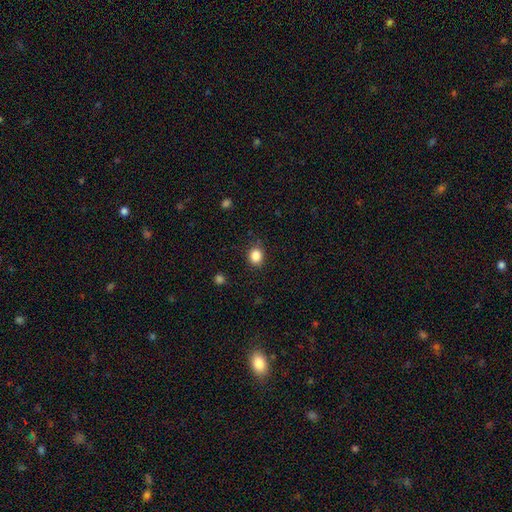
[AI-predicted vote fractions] Smooth or featured? Predicted: smooth (p=0.86). How rounded? Predicted: round (p=0.71). Merging? Predicted: none (p=0.84).